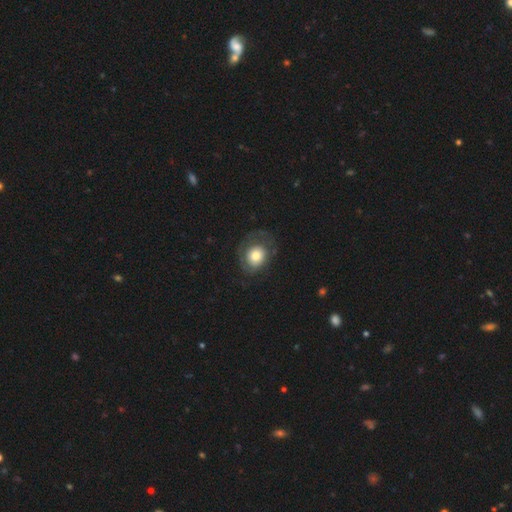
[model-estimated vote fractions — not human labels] The model was most divided on "how rounded": round: 58%, in between: 41%, cigar-shaped: 1%. More confident: smooth or featured — smooth (59%); merging — none (57%).